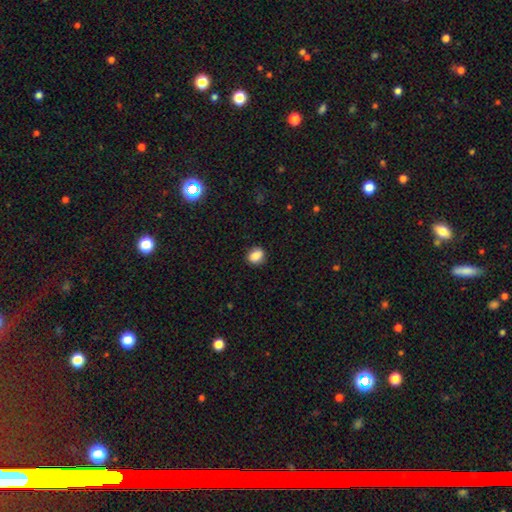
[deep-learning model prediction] Q: Smooth or featured?
A: smooth (85%); runner-up: star or artifact (9%)
Q: How rounded?
A: round (54%); runner-up: in between (45%)
Q: Merging?
A: none (87%); runner-up: minor disturbance (10%)